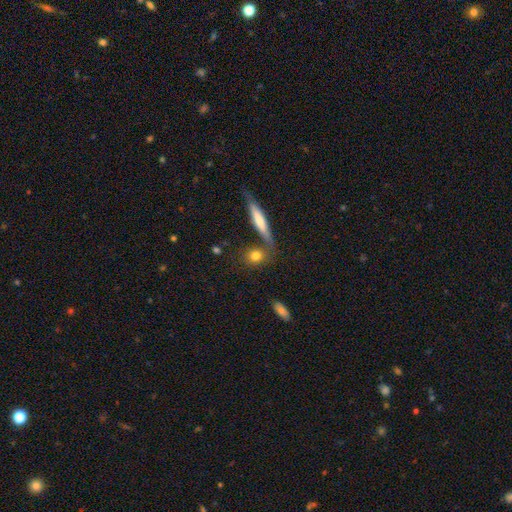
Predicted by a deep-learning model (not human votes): This appears to be a smooth galaxy with no disk features (78%) that is round (55%). Merging: none (68%).